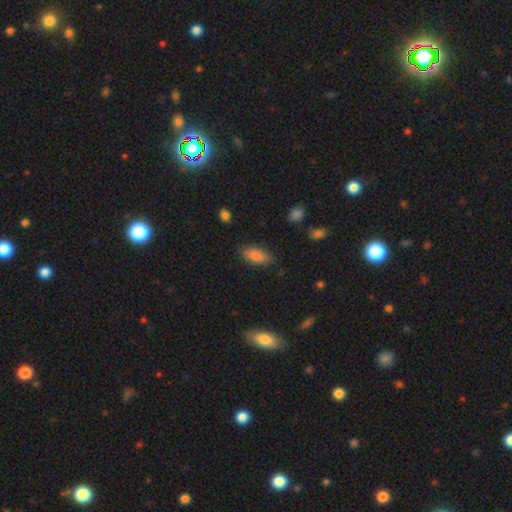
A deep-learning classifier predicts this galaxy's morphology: Smooth or featured? Predicted: smooth (p=0.82). How rounded? Predicted: in between (p=0.85). Merging? Predicted: none (p=0.82).